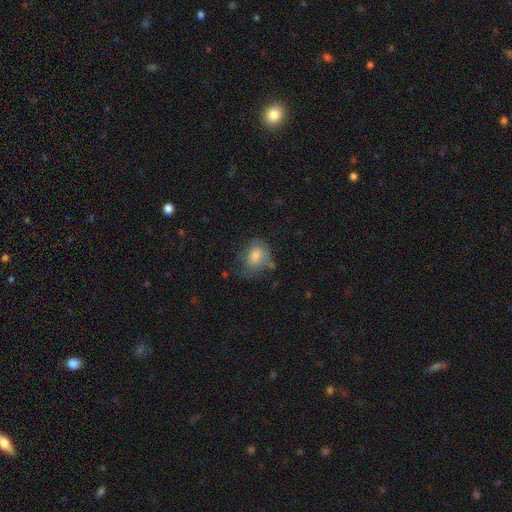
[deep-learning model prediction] Overall: smooth (68%). How rounded: in between (63%; round 36%). Merging: none (49%; minor disturbance 31%).